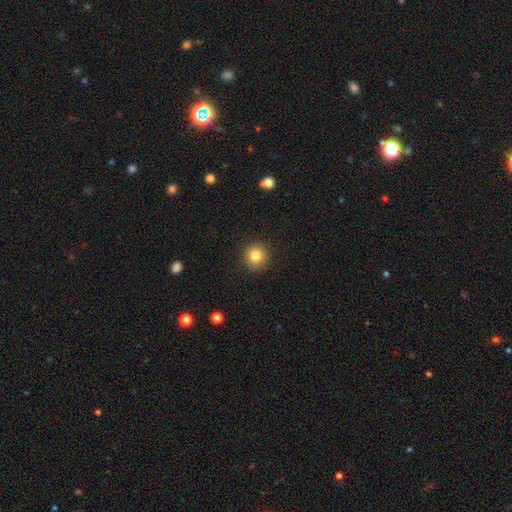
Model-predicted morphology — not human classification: Smooth or featured? Predicted: smooth (p=0.83). How rounded? Predicted: round (p=0.93). Merging? Predicted: none (p=0.89).